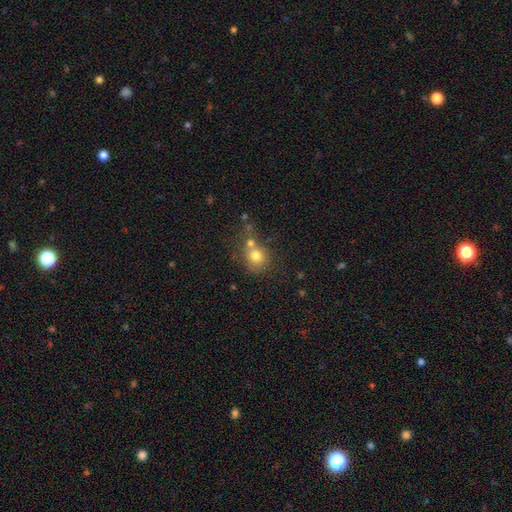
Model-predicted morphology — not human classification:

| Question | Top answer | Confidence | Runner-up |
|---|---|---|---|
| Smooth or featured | smooth | 75% | featured or disk (13%) |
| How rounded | round | 80% | in between (19%) |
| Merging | none | 45% | merger (37%) |